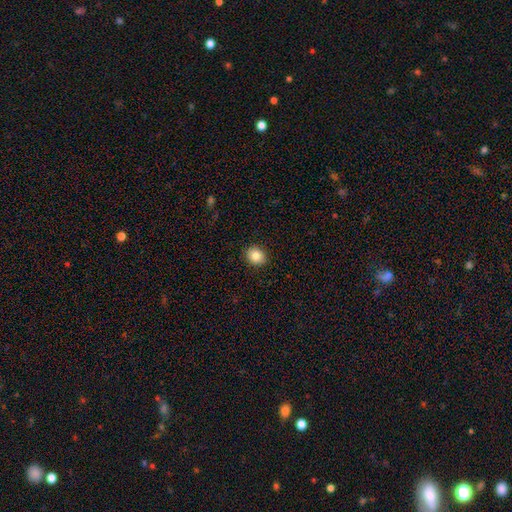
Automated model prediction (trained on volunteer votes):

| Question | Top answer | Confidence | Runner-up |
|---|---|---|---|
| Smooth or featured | smooth | 86% | star or artifact (9%) |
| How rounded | round | 66% | in between (33%) |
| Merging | none | 91% | minor disturbance (6%) |